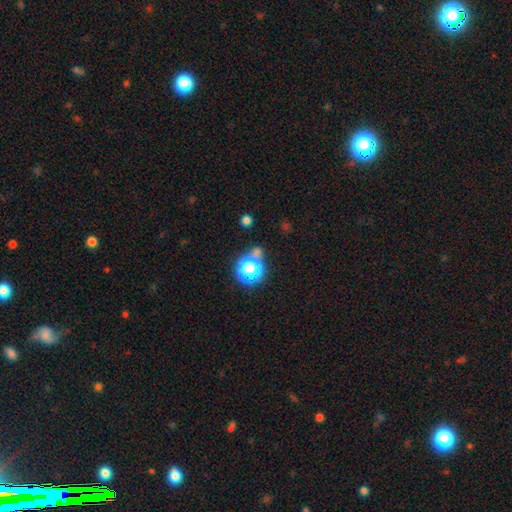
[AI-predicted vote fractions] The model was most divided on "smooth or featured": star or artifact: 49%, smooth: 44%, featured or disk: 7%.